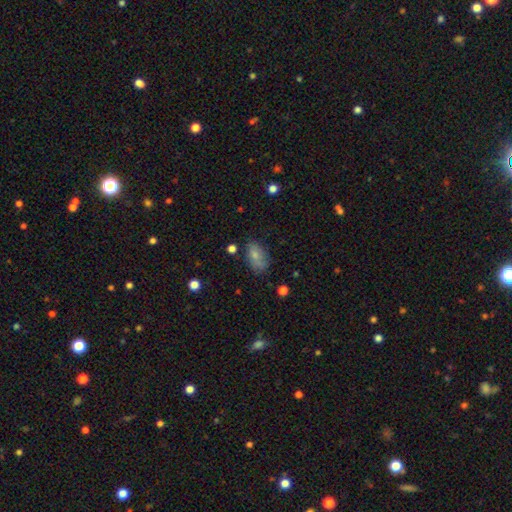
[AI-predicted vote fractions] Smooth or featured? Predicted: smooth (p=0.77). How rounded? Predicted: in between (p=0.90). Merging? Predicted: none (p=0.66).